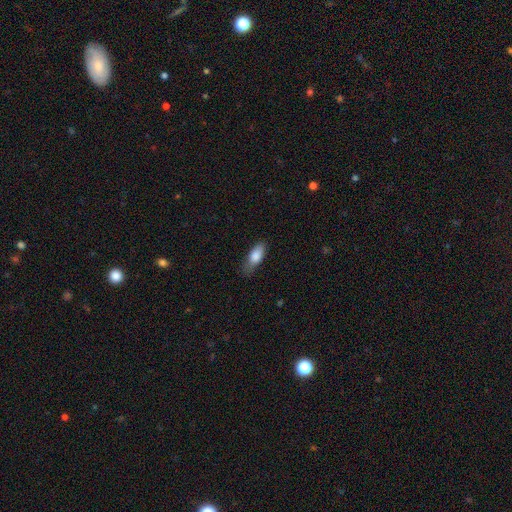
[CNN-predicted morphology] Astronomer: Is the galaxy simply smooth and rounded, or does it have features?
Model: smooth — 81%.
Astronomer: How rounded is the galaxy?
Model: in between — 76%.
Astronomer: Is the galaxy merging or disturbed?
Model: none — 64%.